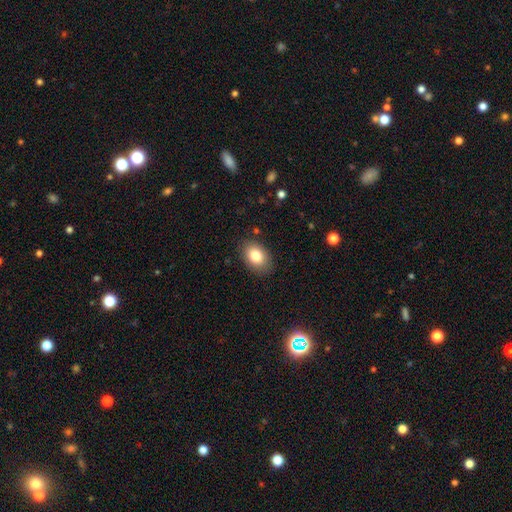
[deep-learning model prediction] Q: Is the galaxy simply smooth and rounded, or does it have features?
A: smooth — 83%.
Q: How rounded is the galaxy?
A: in between — 82%.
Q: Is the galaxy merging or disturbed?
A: none — 85%.